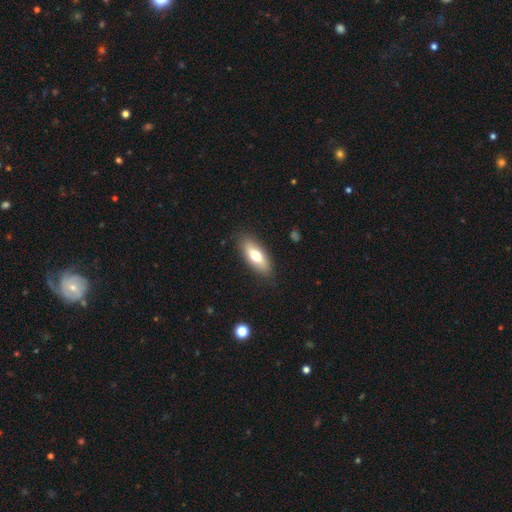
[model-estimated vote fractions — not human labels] Q: Smooth or featured?
A: smooth (69%); runner-up: featured or disk (25%)
Q: How rounded?
A: in between (77%); runner-up: cigar-shaped (21%)
Q: Merging?
A: none (85%); runner-up: minor disturbance (12%)